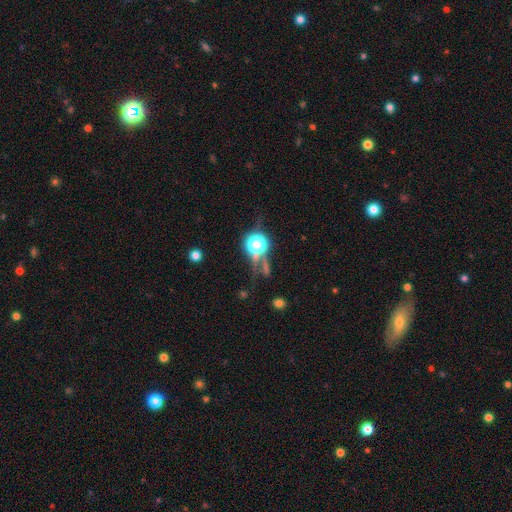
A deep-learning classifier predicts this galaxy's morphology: Smooth or featured?
  - star or artifact: 58% *
  - smooth: 27%
  - featured or disk: 15%